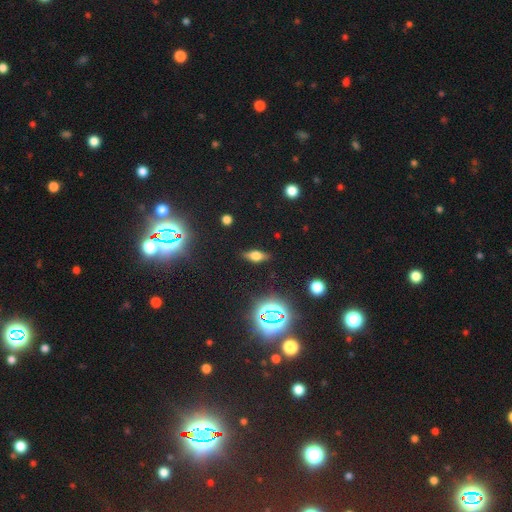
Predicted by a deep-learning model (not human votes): Smooth or featured? smooth (49%)
Merging? none (86%)